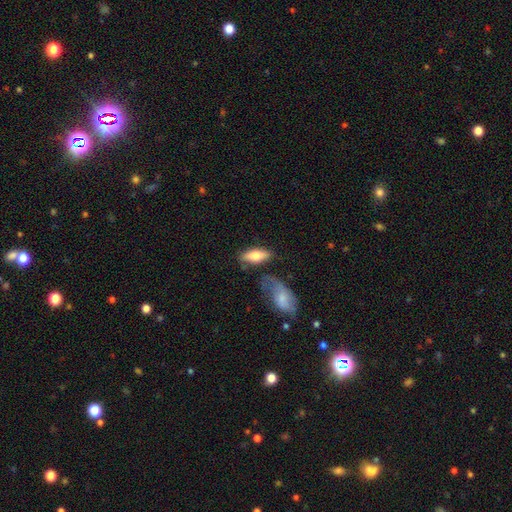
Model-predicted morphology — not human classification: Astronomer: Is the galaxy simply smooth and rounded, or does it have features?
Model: smooth — 66%.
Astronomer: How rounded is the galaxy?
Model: in between — 74%.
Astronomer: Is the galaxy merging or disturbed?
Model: none — 65%.